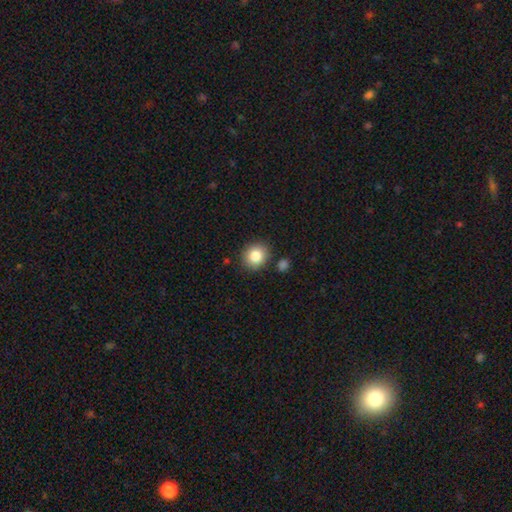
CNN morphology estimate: Smooth or featured: smooth — 84% (star or artifact — 9%)
How rounded: round — 79% (in between — 20%)
Merging: none — 84% (minor disturbance — 9%)